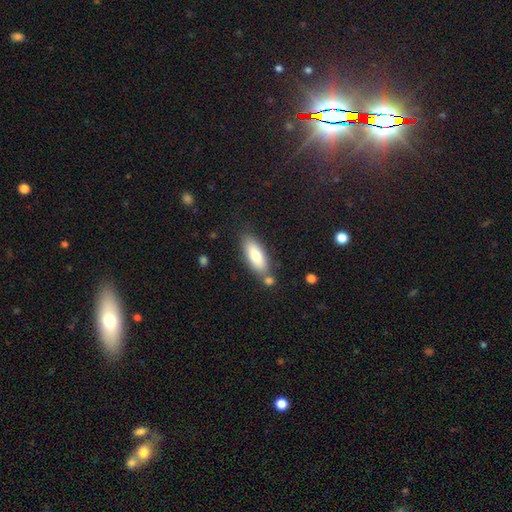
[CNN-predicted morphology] Q: Smooth or featured?
A: smooth (76%); runner-up: featured or disk (17%)
Q: How rounded?
A: in between (70%); runner-up: cigar-shaped (28%)
Q: Merging?
A: none (71%); runner-up: minor disturbance (14%)